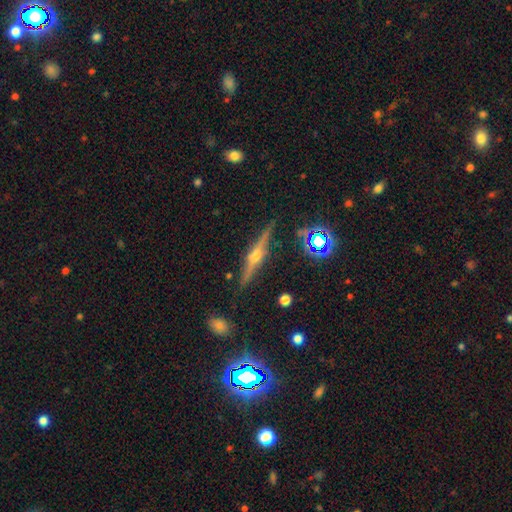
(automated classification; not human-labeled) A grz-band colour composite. It shows a featured or disk galaxy (79%) viewed edge-on (98%) with a rounded central bulge (94%). Merging: none (89%).